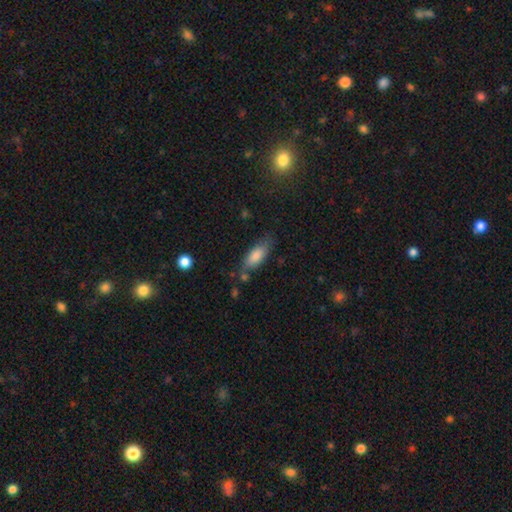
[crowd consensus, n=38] Smooth or featured?
  - smooth: 76% *
  - featured or disk: 13%
  - star or artifact: 11%
How rounded?
  - in between: 62% *
  - cigar-shaped: 34%
  - round: 3%
Merging?
  - none: 68% *
  - minor disturbance: 21%
  - major disturbance: 9%
  - merger: 3%